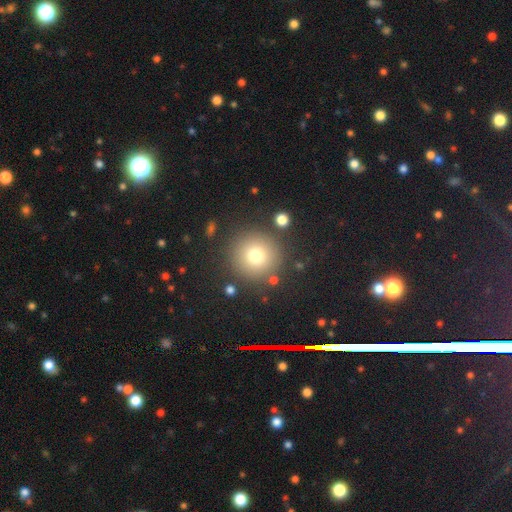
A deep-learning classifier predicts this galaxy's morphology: This appears to be a smooth galaxy with no disk features (76%) that is round (95%). Merging: none (86%).